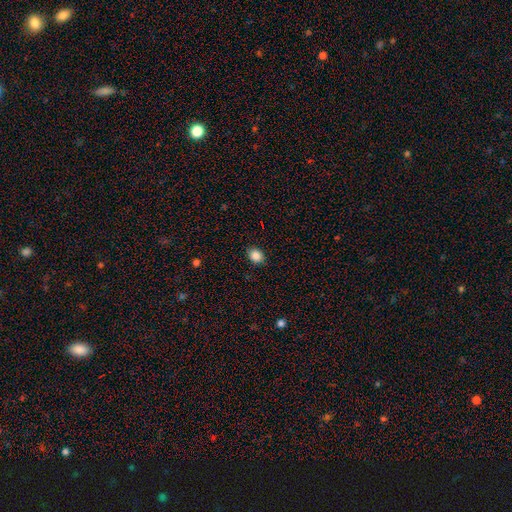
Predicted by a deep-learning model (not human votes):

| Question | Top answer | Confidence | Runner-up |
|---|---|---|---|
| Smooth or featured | smooth | 86% | star or artifact (10%) |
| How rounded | round | 56% | in between (43%) |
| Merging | none | 89% | minor disturbance (8%) |